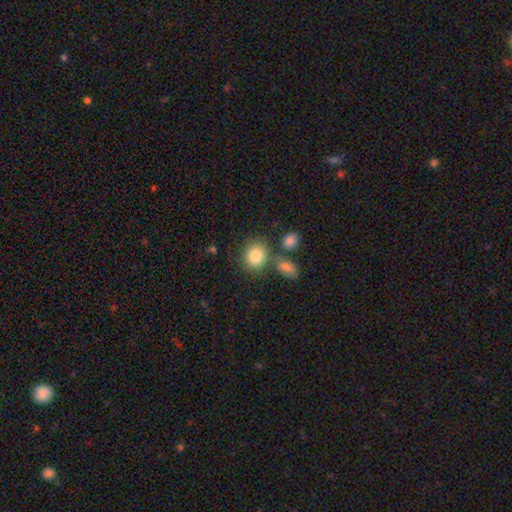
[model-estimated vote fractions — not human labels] The model was most divided on "how rounded": round: 70%, in between: 29%, cigar-shaped: 1%. More confident: smooth or featured — smooth (84%); merging — none (65%).